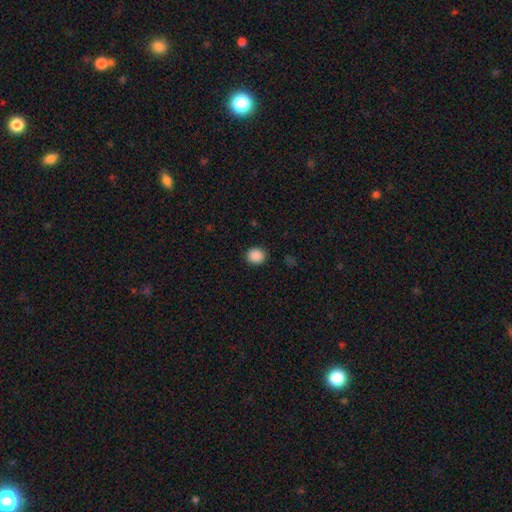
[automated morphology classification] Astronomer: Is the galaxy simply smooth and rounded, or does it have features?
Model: smooth — 88%.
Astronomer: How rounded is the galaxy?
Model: round — 80%.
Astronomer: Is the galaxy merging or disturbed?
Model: none — 90%.